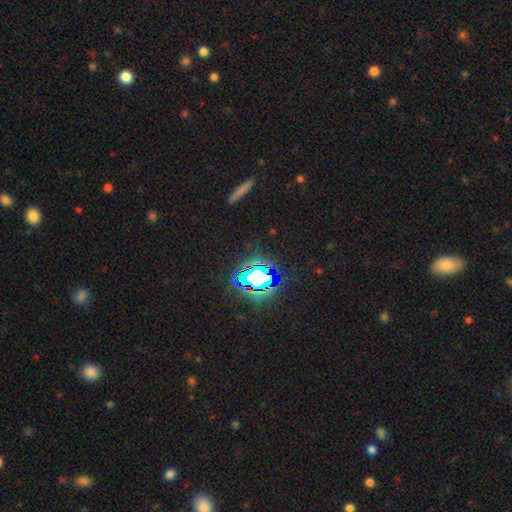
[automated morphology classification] Smooth or featured? Predicted: star or artifact (p=0.71).